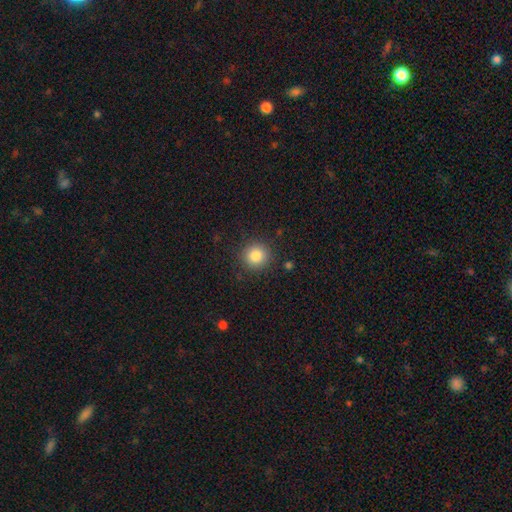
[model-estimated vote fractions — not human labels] Smooth or featured? smooth (85%)
How rounded? round (92%)
Merging? none (89%)